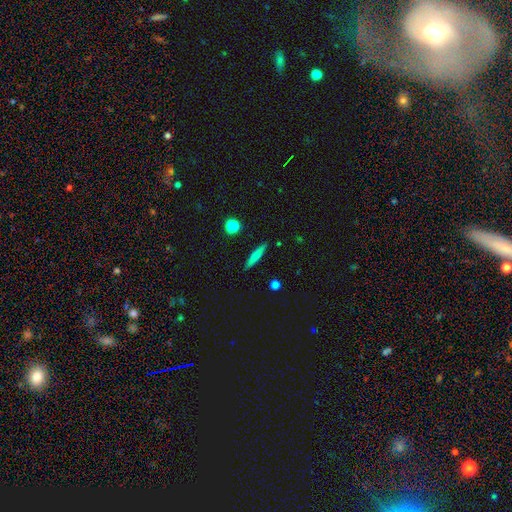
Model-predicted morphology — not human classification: type=smooth (61%); roundness=cigar-shaped (90%); merging=none (89%).